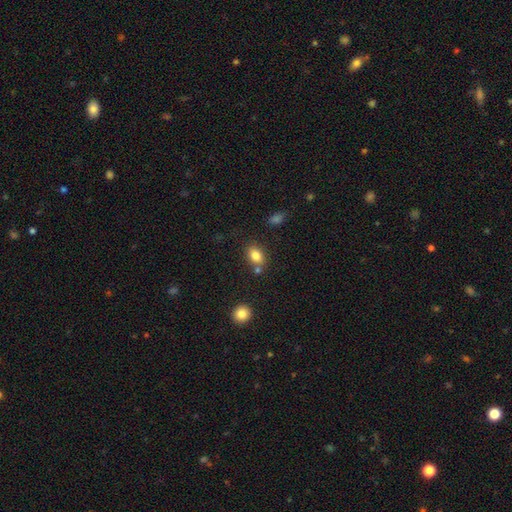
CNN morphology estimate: Smooth or featured?
  - smooth: 82% *
  - star or artifact: 9%
  - featured or disk: 8%
How rounded?
  - in between: 78% *
  - round: 20%
  - cigar-shaped: 2%
Merging?
  - none: 70% *
  - merger: 14%
  - minor disturbance: 13%
  - major disturbance: 3%